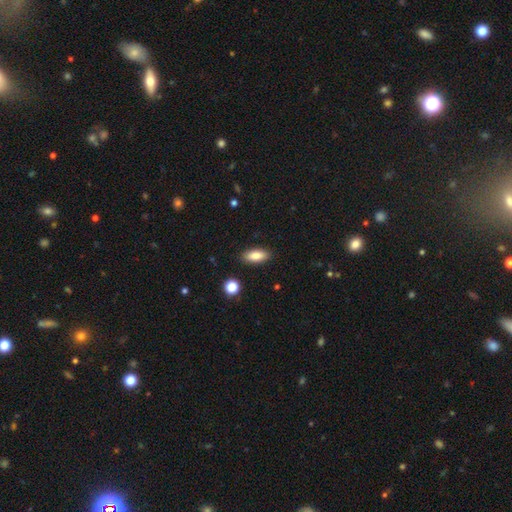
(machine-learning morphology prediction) smooth_or_featured: smooth (p=0.83) [alt: featured or disk p=0.10]
how_rounded: in between (p=0.82) [alt: cigar-shaped p=0.16]
merging: none (p=0.89) [alt: minor disturbance p=0.08]